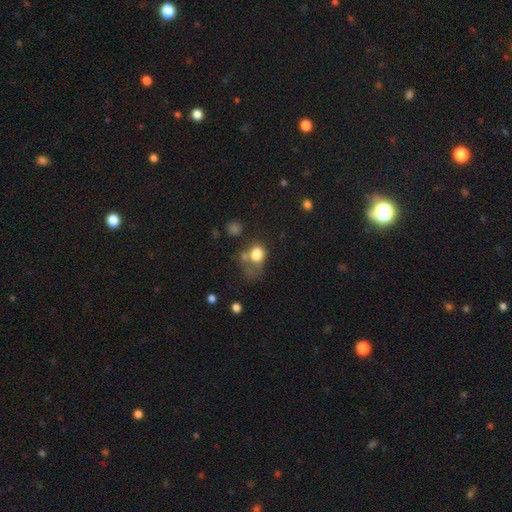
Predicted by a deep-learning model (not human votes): Overall: smooth (76%). How rounded: in between (50%; round 49%). Merging: major disturbance (31%; none 26%).